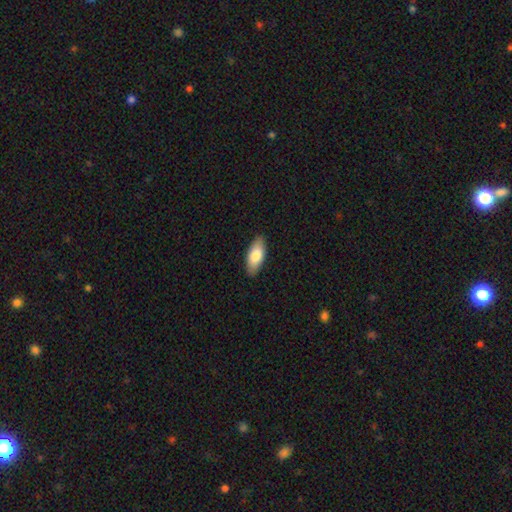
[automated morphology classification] This appears to be a smooth galaxy with no disk features (80%) that is in between round and cigar-shaped (85%). Merging: none (88%).